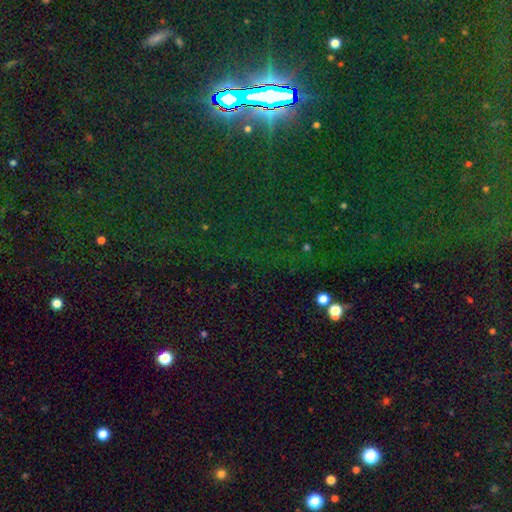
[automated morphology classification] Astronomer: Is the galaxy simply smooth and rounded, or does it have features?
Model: star or artifact — 78%.